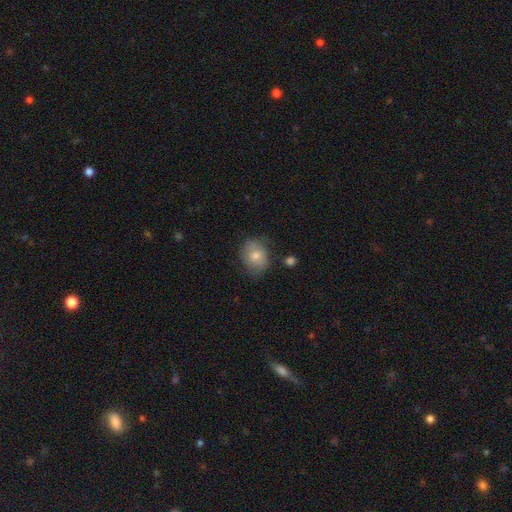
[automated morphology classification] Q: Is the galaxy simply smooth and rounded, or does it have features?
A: smooth — 72%.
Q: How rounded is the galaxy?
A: round — 51%.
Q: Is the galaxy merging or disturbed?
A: none — 72%.